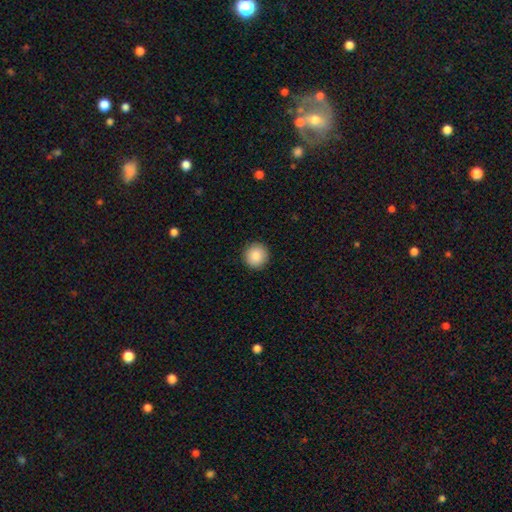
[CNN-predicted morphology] Overall: smooth (88%). How rounded: round (95%). Merging: none (93%).